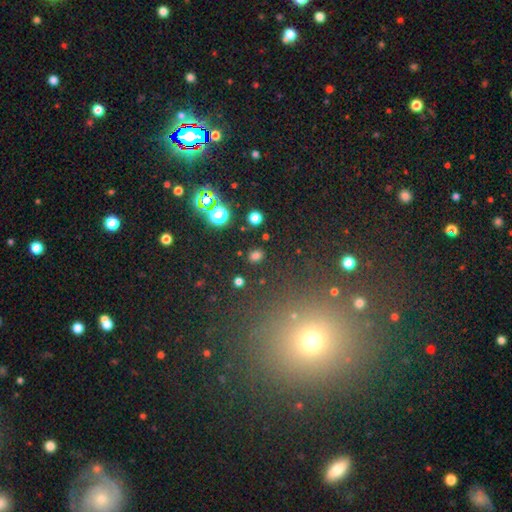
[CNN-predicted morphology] Q: Smooth or featured?
A: smooth (76%); runner-up: star or artifact (19%)
Q: How rounded?
A: in between (53%); runner-up: round (46%)
Q: Merging?
A: none (86%); runner-up: minor disturbance (8%)